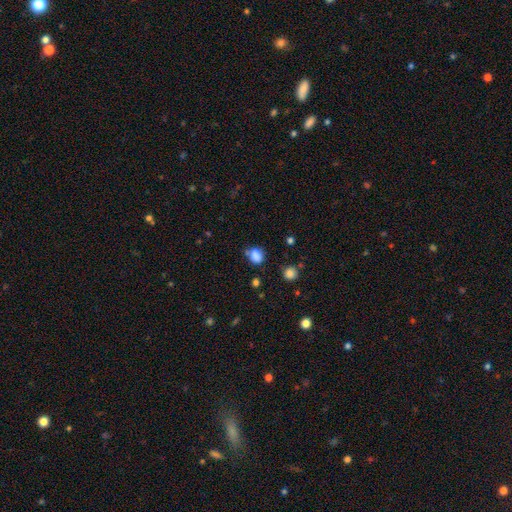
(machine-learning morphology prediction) smooth 82%, star or artifact 13%, featured or disk 6%. Down the decision tree: how rounded — round (51%); merging — none (57%).